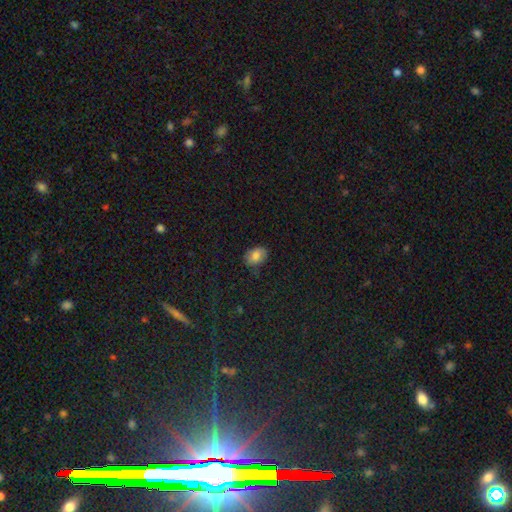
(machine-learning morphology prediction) Smooth or featured?
  - smooth: 83% *
  - star or artifact: 9%
  - featured or disk: 8%
How rounded?
  - in between: 79% *
  - round: 20%
  - cigar-shaped: 1%
Merging?
  - none: 79% *
  - minor disturbance: 17%
  - major disturbance: 3%
  - merger: 1%